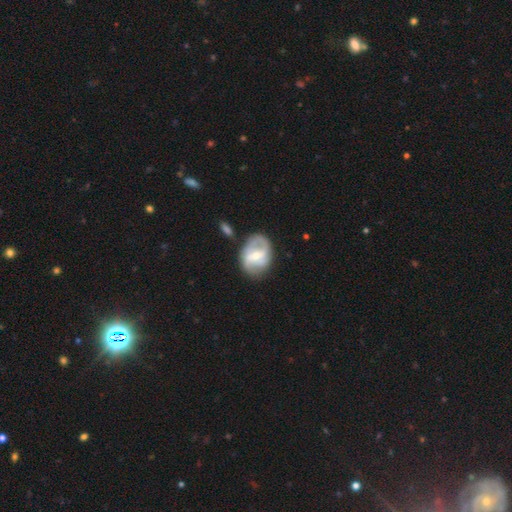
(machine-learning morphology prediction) Overall: featured or disk (76%). Edge-on disk: no (97%). Bar: weak (47%; strong 32%). Spiral arms: yes (83%). Spiral arm count: 2 (76%). Spiral winding: medium (43%; loose 33%). Bulge size: moderate (50%; small 46%). Merging: none (67%).